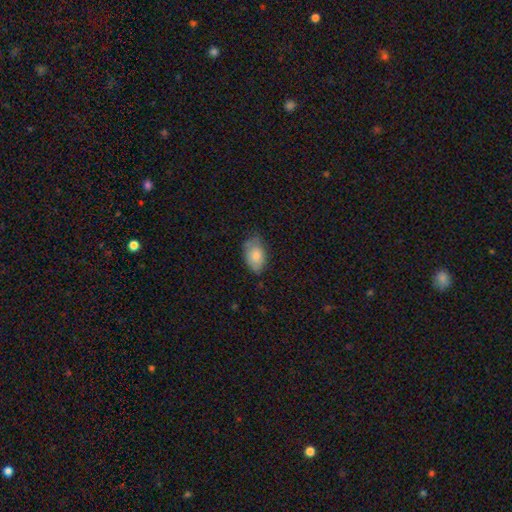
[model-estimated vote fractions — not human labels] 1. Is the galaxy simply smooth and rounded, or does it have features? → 80% smooth, 13% featured or disk, 7% star or artifact.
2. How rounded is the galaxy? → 91% in between, 8% round, 2% cigar-shaped.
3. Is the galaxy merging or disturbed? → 60% none, 32% minor disturbance, 6% major disturbance, 2% merger.